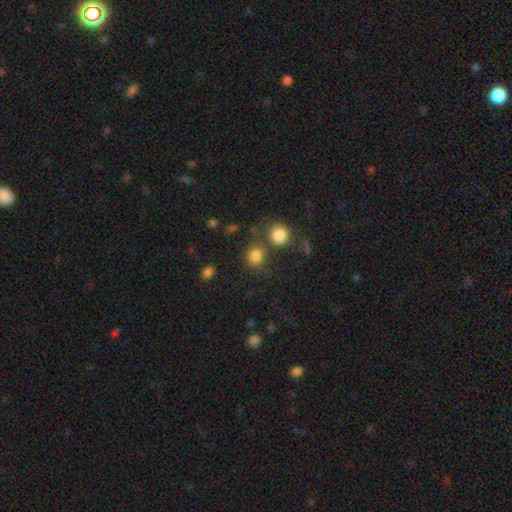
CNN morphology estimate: Smooth or featured: smooth — 83% (star or artifact — 12%)
How rounded: round — 70% (in between — 29%)
Merging: none — 64% (merger — 19%)